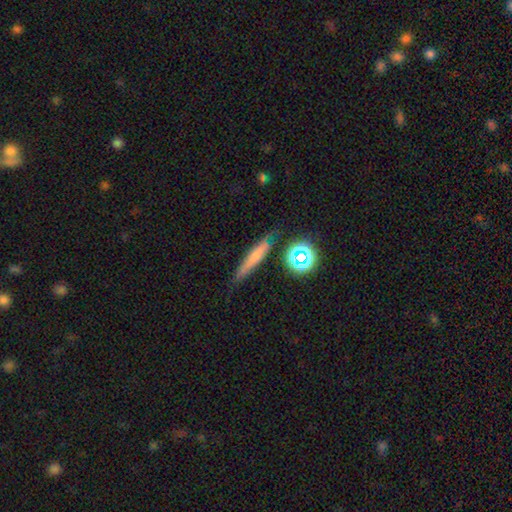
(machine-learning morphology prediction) This appears to be a smooth galaxy with no disk features (59%) that is cigar-shaped (85%). Merging: none (75%).